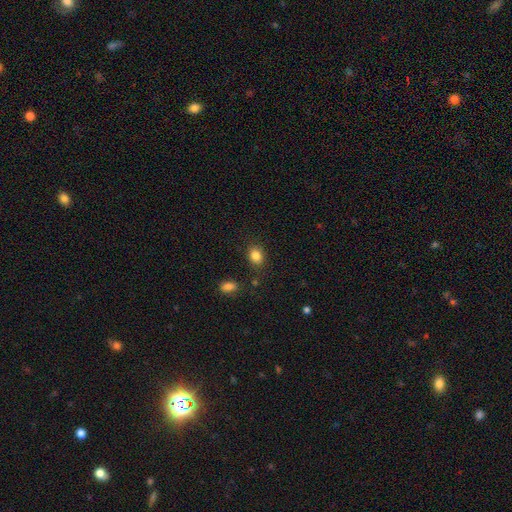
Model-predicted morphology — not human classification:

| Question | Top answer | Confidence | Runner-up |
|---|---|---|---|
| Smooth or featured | smooth | 85% | star or artifact (10%) |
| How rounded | in between | 53% | round (45%) |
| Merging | none | 83% | minor disturbance (11%) |